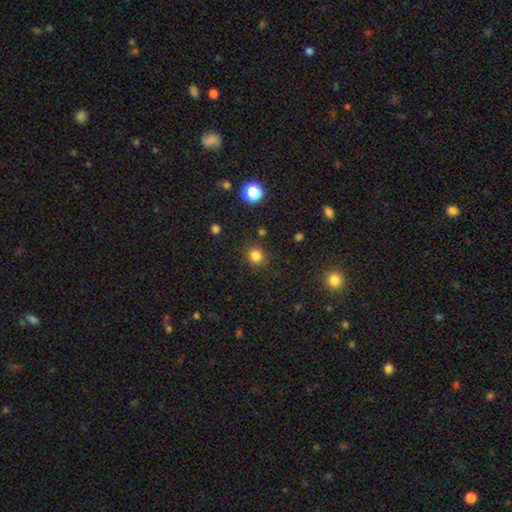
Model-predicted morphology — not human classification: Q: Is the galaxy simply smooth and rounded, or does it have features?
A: smooth — 82%.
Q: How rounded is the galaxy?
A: round — 87%.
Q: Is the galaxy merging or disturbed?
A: none — 86%.